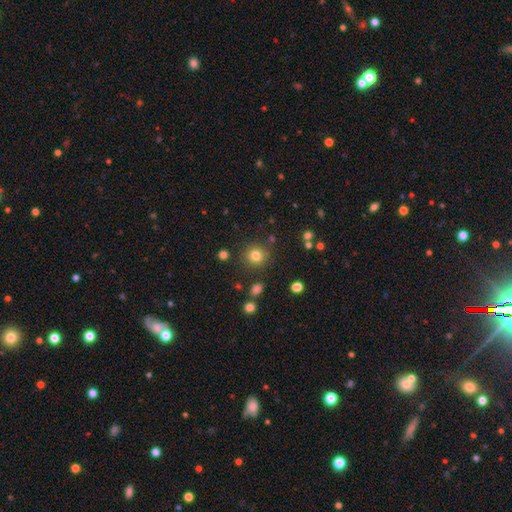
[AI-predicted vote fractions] This is clearly a smooth galaxy (80%). How rounded: clearly round (92%). Merging: clearly none (87%).